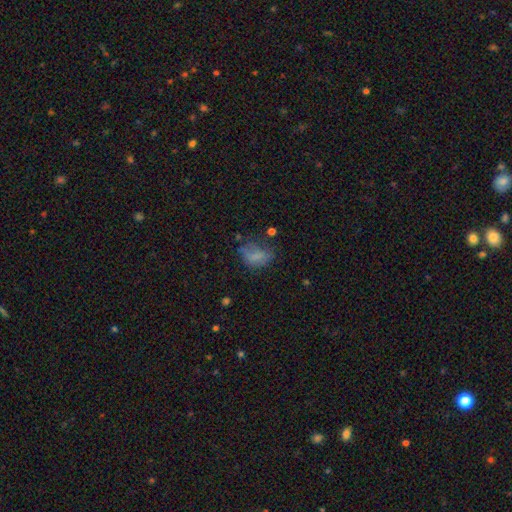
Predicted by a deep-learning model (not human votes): Q: Smooth or featured?
A: smooth (67%); runner-up: featured or disk (19%)
Q: How rounded?
A: in between (75%); runner-up: round (23%)
Q: Merging?
A: none (42%); runner-up: minor disturbance (29%)